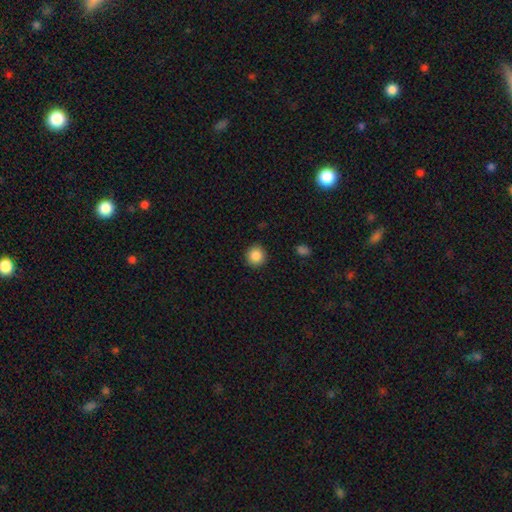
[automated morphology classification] Smooth or featured? smooth (87%)
How rounded? round (93%)
Merging? none (91%)